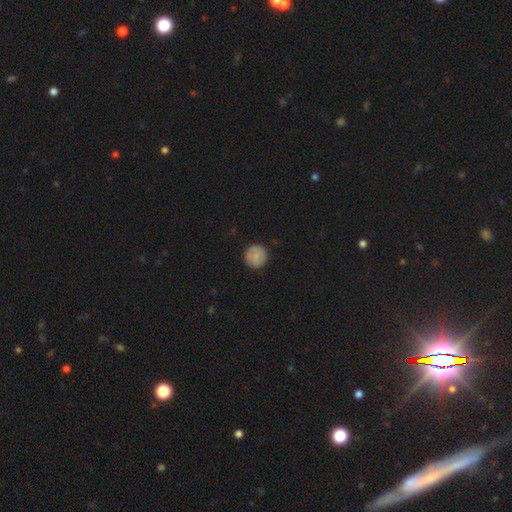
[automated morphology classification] A smooth galaxy with no disk features (79%) that is round (95%). Merging: none (89%).